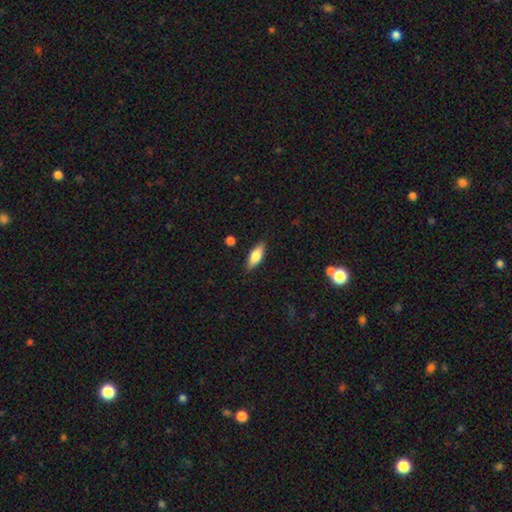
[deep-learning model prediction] A smooth galaxy with no disk features (78%) that is in between round and cigar-shaped (72%).

Vote fractions:
- Smooth or featured? smooth: 78% / featured or disk: 16% / star or artifact: 6%
- How rounded? in between: 72% / cigar-shaped: 26% / round: 2%
- Merging? none: 86% / minor disturbance: 10% / major disturbance: 2% / merger: 2%